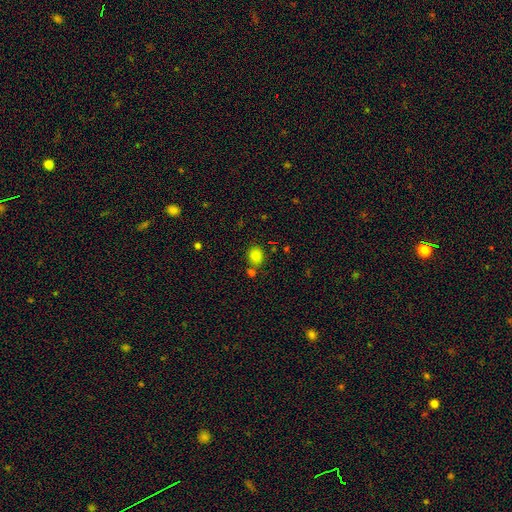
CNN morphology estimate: Smooth or featured? smooth (83%)
How rounded? round (71%)
Merging? none (75%)